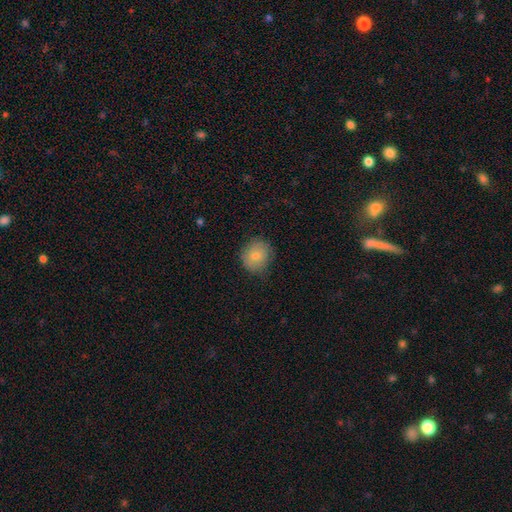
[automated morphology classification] type=smooth (81%); roundness=round (79%); merging=none (73%).